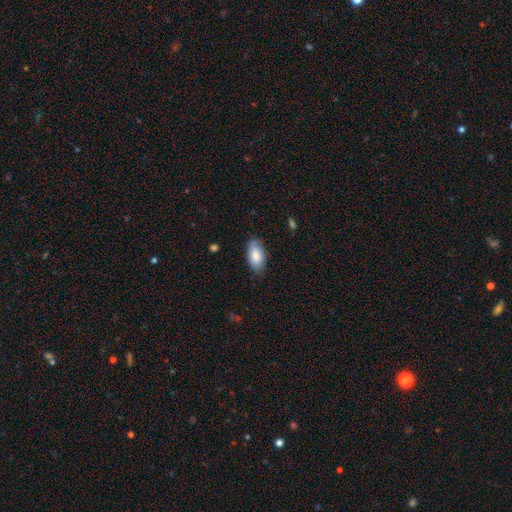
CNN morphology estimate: smooth 83%, featured or disk 11%, star or artifact 6%. Down the decision tree: how rounded — in between (93%); merging — none (78%).